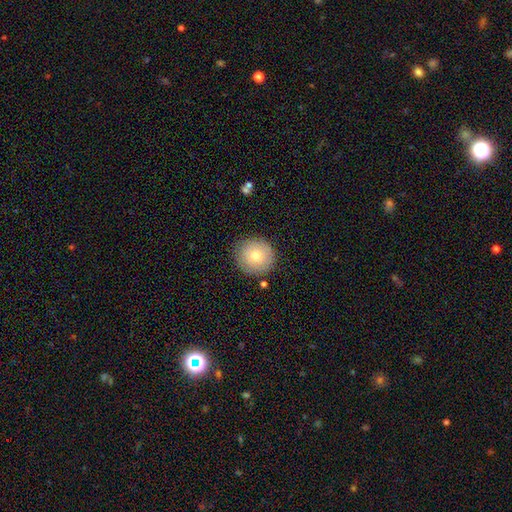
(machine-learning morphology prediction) This is likely a smooth galaxy (73%). How rounded: clearly round (94%). Merging: clearly none (86%).